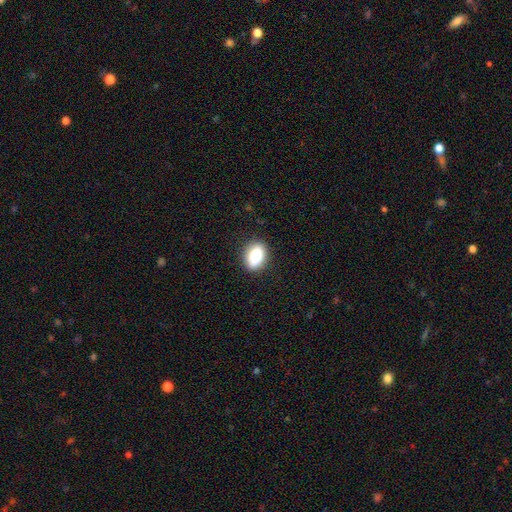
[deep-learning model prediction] A smooth galaxy with no disk features (85%) that is in between round and cigar-shaped (84%).

Vote fractions:
- Smooth or featured? smooth: 85% / star or artifact: 8% / featured or disk: 7%
- How rounded? in between: 84% / round: 13% / cigar-shaped: 2%
- Merging? none: 86% / minor disturbance: 11% / major disturbance: 3% / merger: 1%